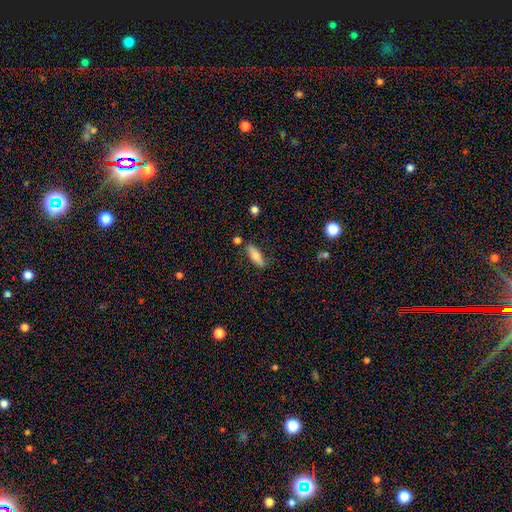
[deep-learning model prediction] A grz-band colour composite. It shows a smooth galaxy with no disk features (66%) that is in between round and cigar-shaped (51%). Merging: none (75%).